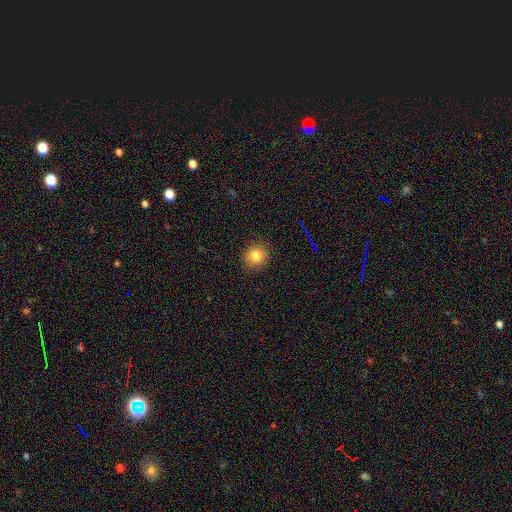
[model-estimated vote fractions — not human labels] smooth 81%, star or artifact 12%, featured or disk 7%. Down the decision tree: how rounded — round (85%); merging — none (89%).